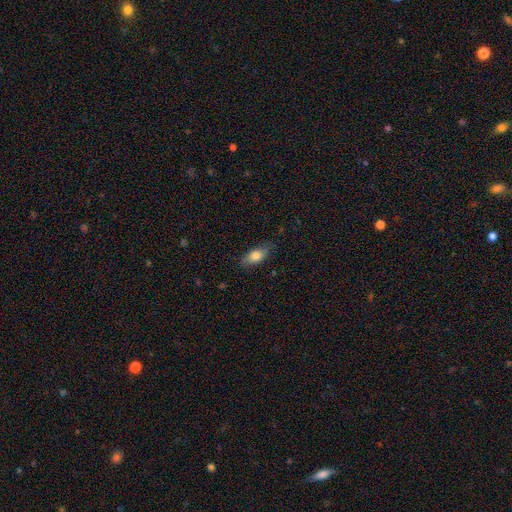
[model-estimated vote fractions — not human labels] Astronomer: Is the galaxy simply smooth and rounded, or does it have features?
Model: smooth — 78%.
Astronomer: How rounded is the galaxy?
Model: in between — 84%.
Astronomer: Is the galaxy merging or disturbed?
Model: none — 78%.